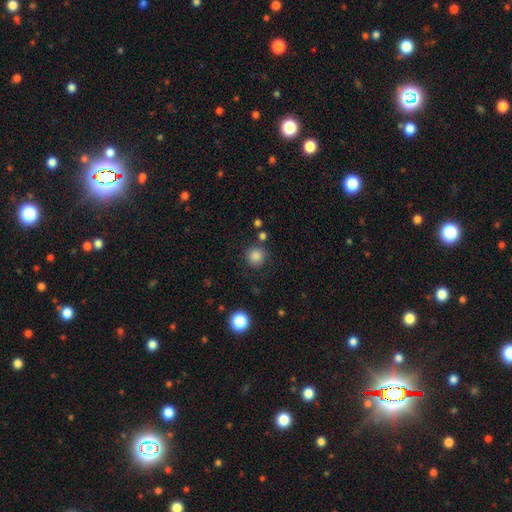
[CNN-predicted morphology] This appears to be a smooth galaxy with no disk features (85%) that is round (93%). Merging: none (83%).